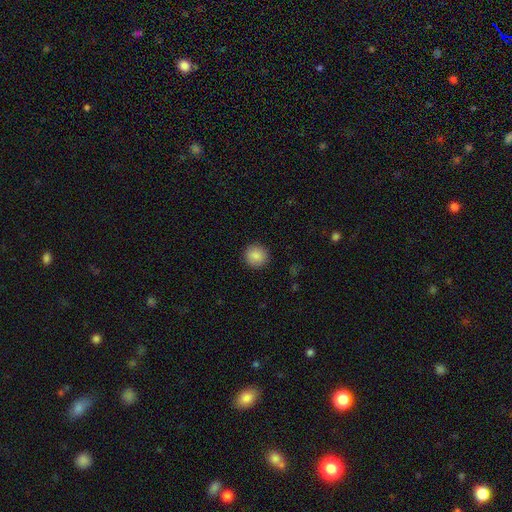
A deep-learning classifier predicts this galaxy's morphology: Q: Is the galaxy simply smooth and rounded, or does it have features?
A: smooth — 88%.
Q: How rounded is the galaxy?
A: round — 92%.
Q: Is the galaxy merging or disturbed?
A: none — 92%.